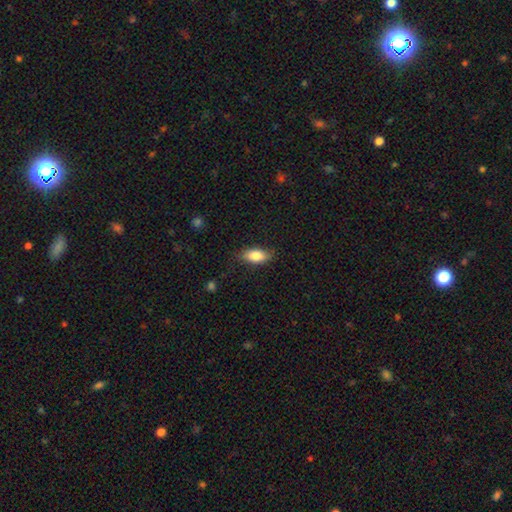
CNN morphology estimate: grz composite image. It shows a smooth galaxy with no disk features (83%) that is in between round and cigar-shaped (88%). Merging: none (81%).